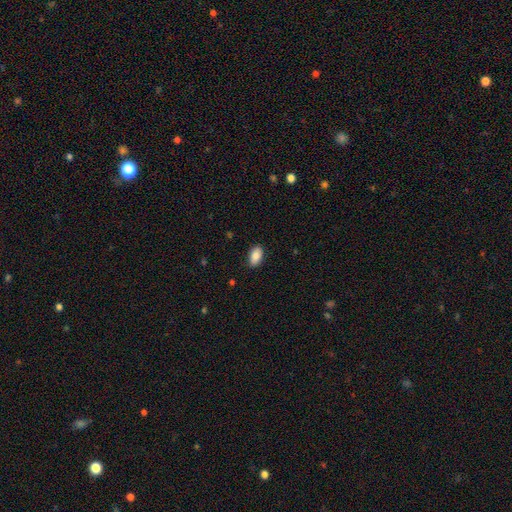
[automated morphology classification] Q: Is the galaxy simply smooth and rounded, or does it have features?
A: smooth — 86%.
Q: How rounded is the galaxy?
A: in between — 93%.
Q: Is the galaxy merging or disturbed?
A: none — 88%.